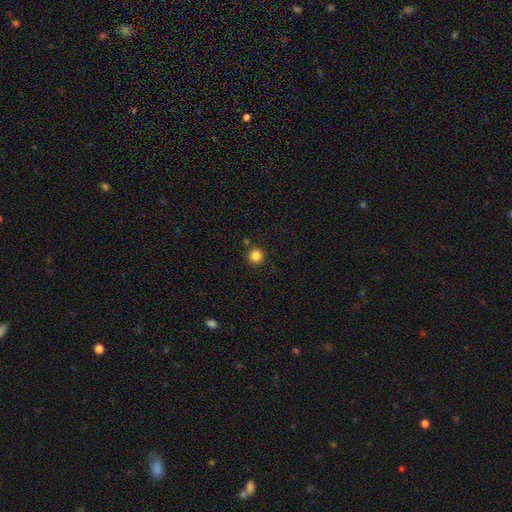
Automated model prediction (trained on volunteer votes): Smooth or featured: smooth — 85% (star or artifact — 11%)
How rounded: round — 95% (in between — 4%)
Merging: none — 86% (minor disturbance — 6%)